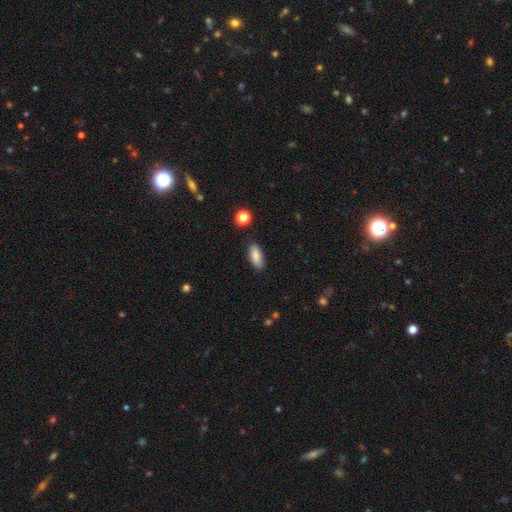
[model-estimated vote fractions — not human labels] smooth 86%, star or artifact 7%, featured or disk 7%. Down the decision tree: how rounded — in between (81%); merging — none (85%).